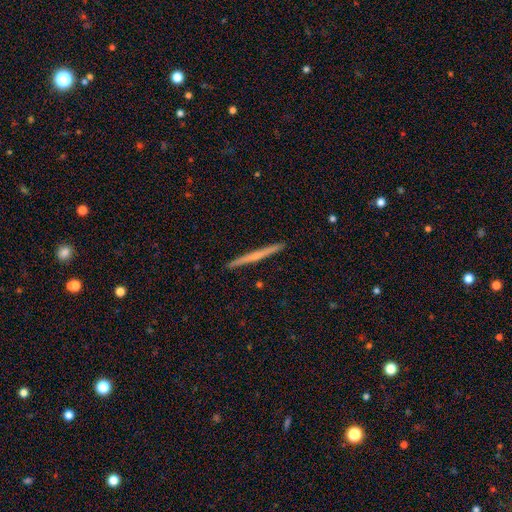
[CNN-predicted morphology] A featured or disk galaxy (60%) viewed edge-on (98%) with no central bulge (58%). Merging: none (93%).